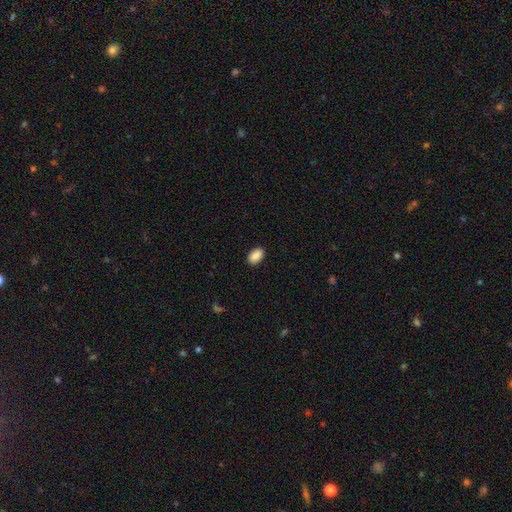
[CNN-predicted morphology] The model was most divided on "merging": none: 89%, minor disturbance: 8%, major disturbance: 2%, merger: 1%. More confident: how rounded — in between (91%); smooth or featured — smooth (90%).